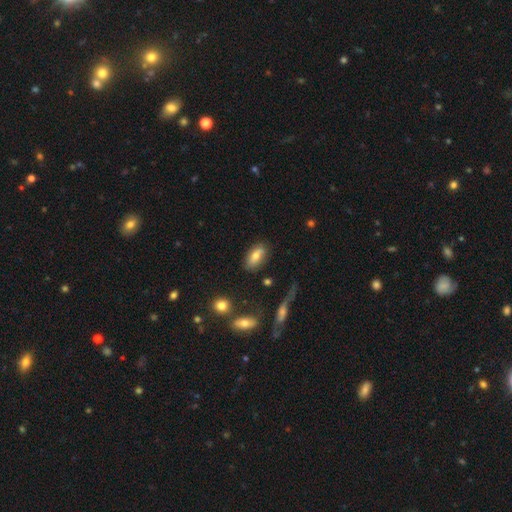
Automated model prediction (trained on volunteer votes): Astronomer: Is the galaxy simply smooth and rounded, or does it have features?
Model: smooth — 70%.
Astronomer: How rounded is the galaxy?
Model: in between — 85%.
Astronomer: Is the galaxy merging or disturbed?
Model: none — 75%.